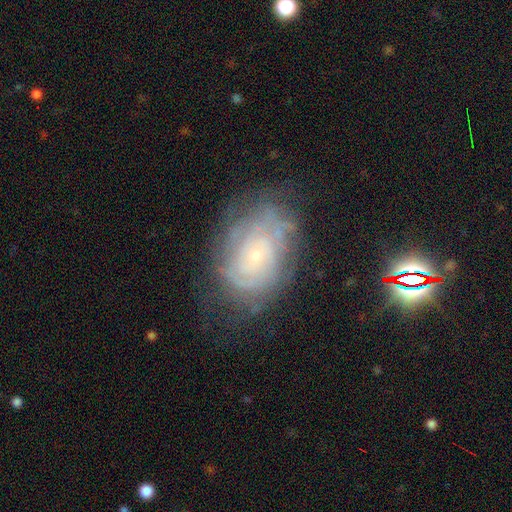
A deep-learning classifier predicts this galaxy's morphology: This appears to be a featured or disk galaxy (74%) with no bar (79%), tight (74%) spiral arms (87%) and a small central bulge (78%). Merging: none (66%).